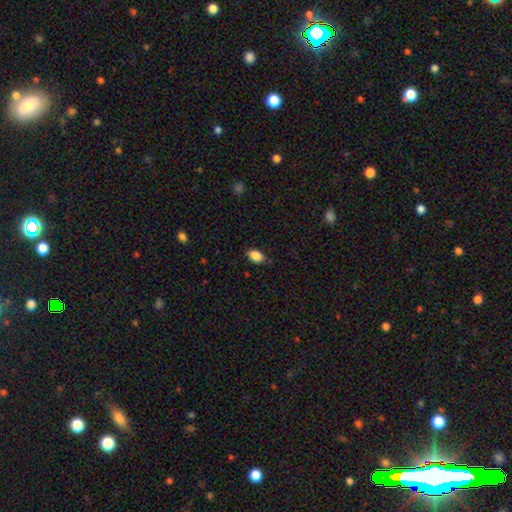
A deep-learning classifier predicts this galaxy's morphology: smooth 87%, star or artifact 8%, featured or disk 5%. Down the decision tree: how rounded — in between (87%); merging — none (81%).